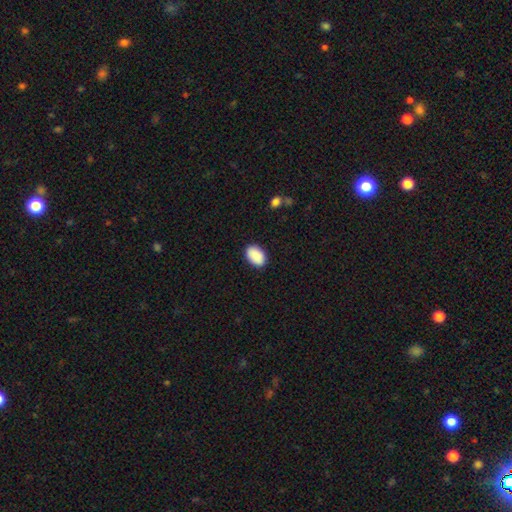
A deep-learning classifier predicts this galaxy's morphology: The model was most divided on "merging": none: 89%, minor disturbance: 8%, major disturbance: 2%, merger: 1%. More confident: smooth or featured — smooth (91%); how rounded — in between (90%).